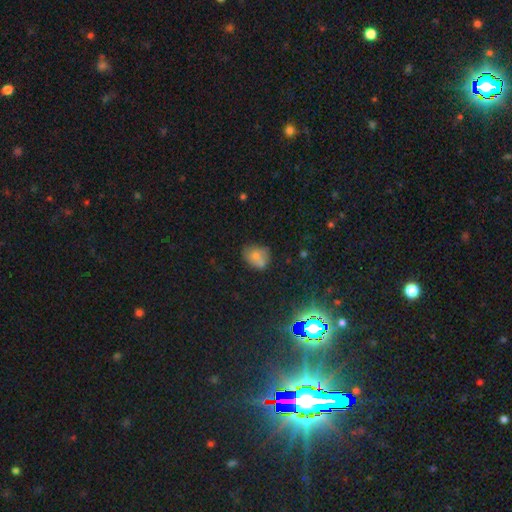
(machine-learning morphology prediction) Smooth or featured?
  - smooth: 64% *
  - featured or disk: 19%
  - star or artifact: 18%
How rounded?
  - round: 53% *
  - in between: 46%
  - cigar-shaped: 1%
Merging?
  - none: 50% *
  - merger: 26%
  - minor disturbance: 18%
  - major disturbance: 6%